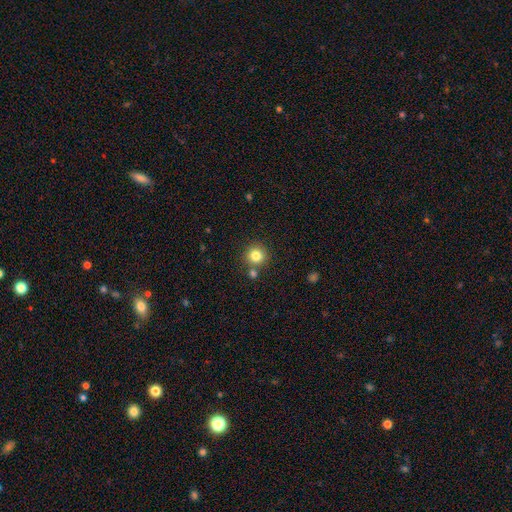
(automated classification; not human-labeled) A smooth galaxy with no disk features (82%) that is round (93%). Merging: none (79%).